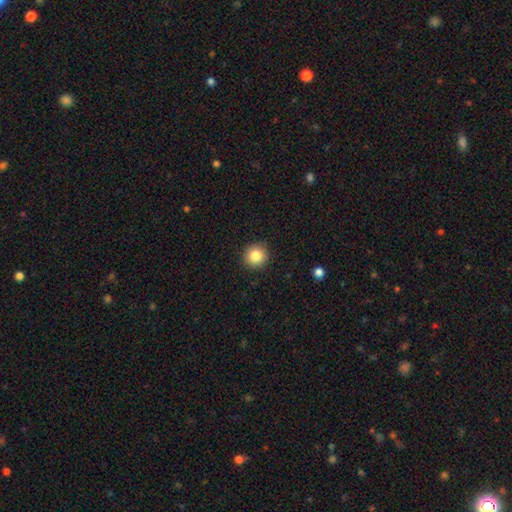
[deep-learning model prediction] Smooth or featured? Predicted: smooth (p=0.85). How rounded? Predicted: round (p=0.95). Merging? Predicted: none (p=0.92).